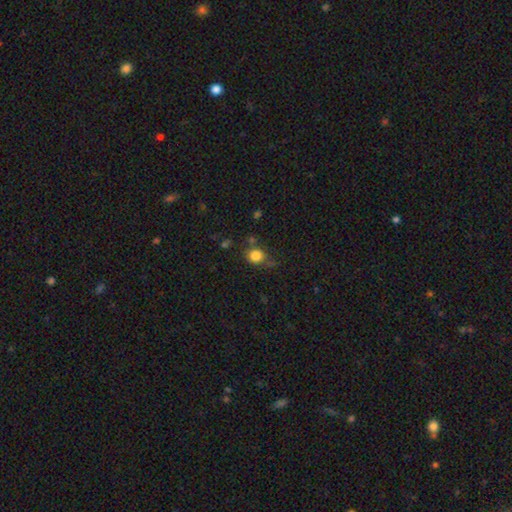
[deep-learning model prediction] Smooth or featured? smooth (83%)
How rounded? round (82%)
Merging? none (65%)